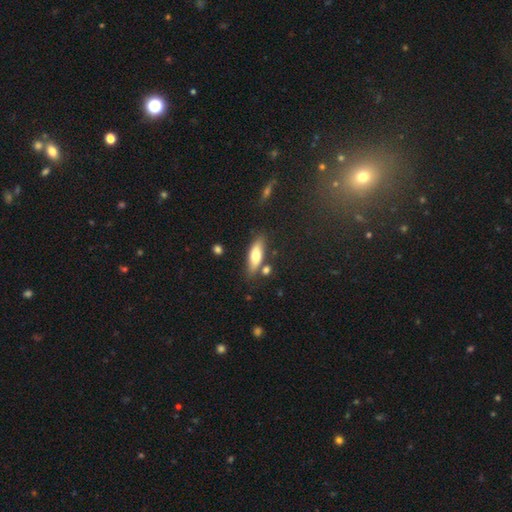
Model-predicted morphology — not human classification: The model was most divided on "how rounded": in between: 58%, cigar-shaped: 40%, round: 3%. More confident: merging — none (76%); smooth or featured — smooth (68%).